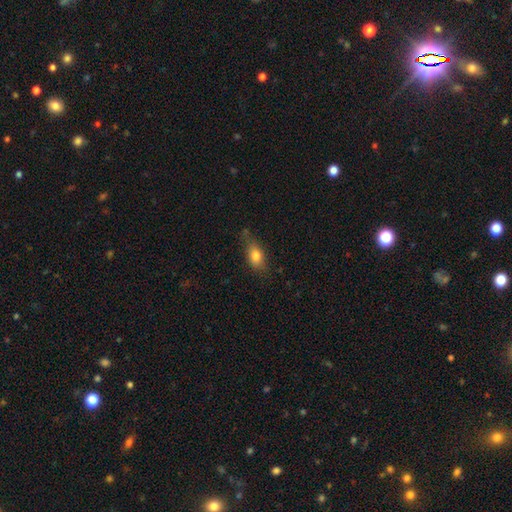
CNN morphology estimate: This appears to be a smooth galaxy with no disk features (77%) that is in between round and cigar-shaped (78%). Merging: none (63%).